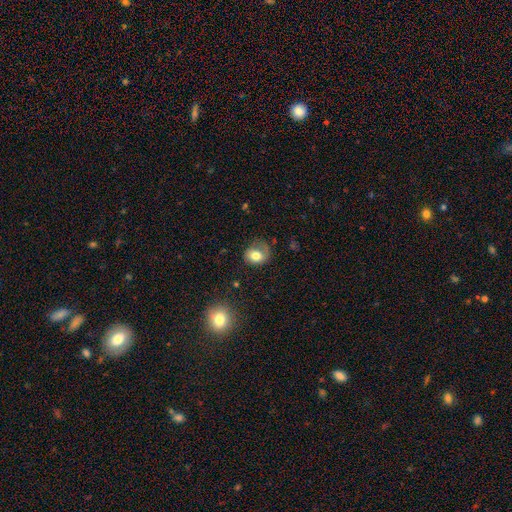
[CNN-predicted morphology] The model was most divided on "how rounded": round: 54%, in between: 45%, cigar-shaped: 1%. Remaining: smooth or featured — smooth (72%); merging — none (49%).